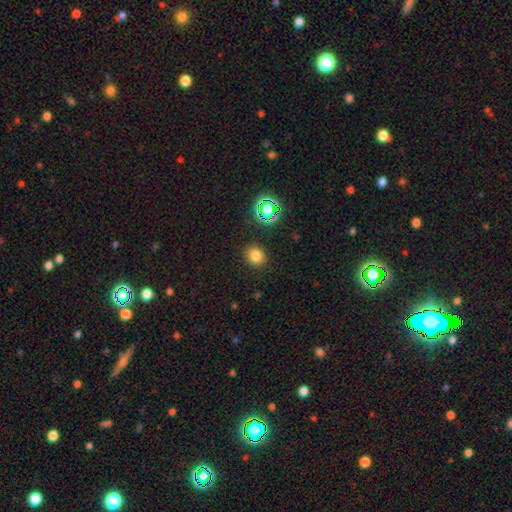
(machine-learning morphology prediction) smooth_or_featured: smooth (p=0.78) [alt: star or artifact p=0.16]
how_rounded: round (p=0.76) [alt: in between p=0.23]
merging: none (p=0.88) [alt: minor disturbance p=0.07]